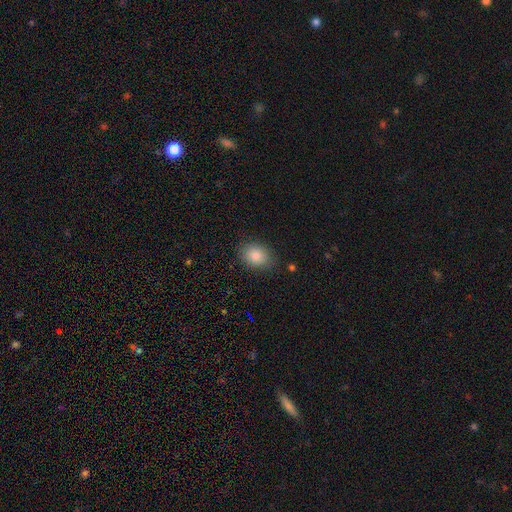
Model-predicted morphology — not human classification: This is clearly a smooth galaxy (82%). How rounded: likely in between (63%). Merging: clearly none (84%).